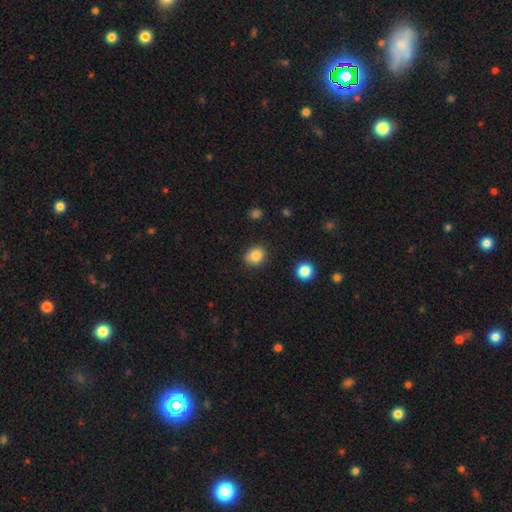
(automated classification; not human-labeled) smooth-or-featured: smooth: 84% | star or artifact: 10% | featured or disk: 5%
  how-rounded: round: 66% | in between: 33% | cigar-shaped: 1%
  merging: none: 84% | minor disturbance: 11% | major disturbance: 3% | merger: 2%